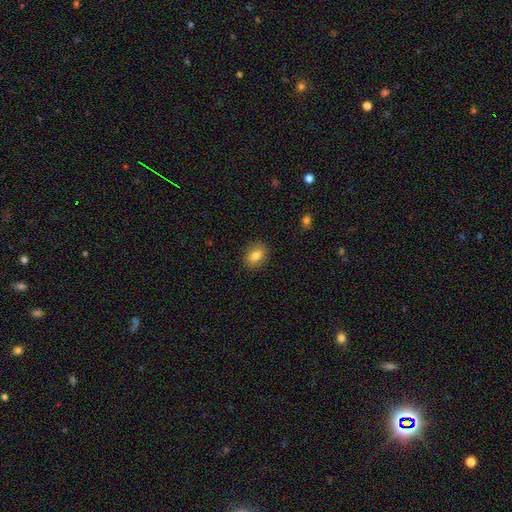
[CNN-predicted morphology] Smooth or featured?
  - smooth: 81% *
  - featured or disk: 10%
  - star or artifact: 9%
How rounded?
  - in between: 68% *
  - round: 30%
  - cigar-shaped: 2%
Merging?
  - none: 88% *
  - minor disturbance: 9%
  - major disturbance: 2%
  - merger: 1%